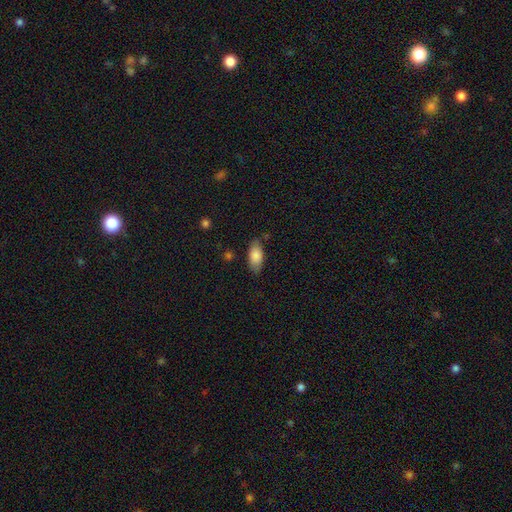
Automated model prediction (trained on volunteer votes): A smooth galaxy with no disk features (84%) that is in between round and cigar-shaped (90%). Merging: none (76%).